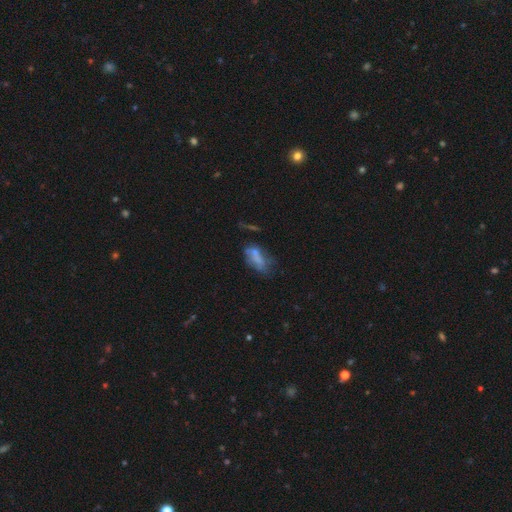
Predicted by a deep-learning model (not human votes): Q: Smooth or featured?
A: smooth (48%); runner-up: featured or disk (35%)
Q: Merging?
A: none (36%); runner-up: major disturbance (25%)